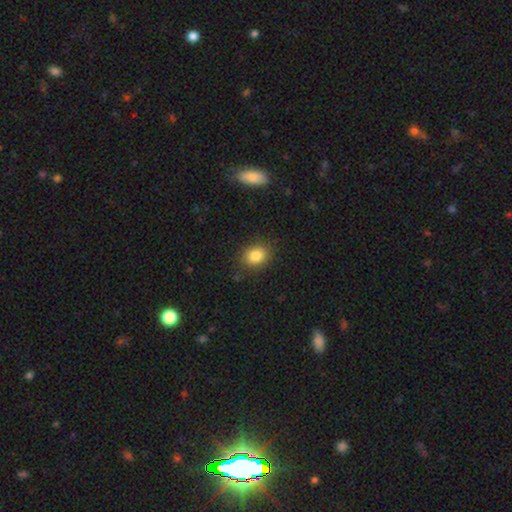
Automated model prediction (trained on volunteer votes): This appears to be a smooth galaxy with no disk features (84%) that is in between round and cigar-shaped (54%). Merging: none (85%).